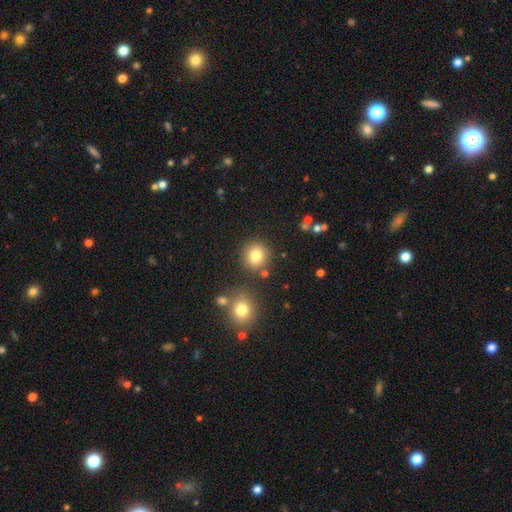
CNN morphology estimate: The model was most divided on "smooth or featured": smooth: 81%, star or artifact: 12%, featured or disk: 7%. More confident: how rounded — round (91%); merging — none (83%).